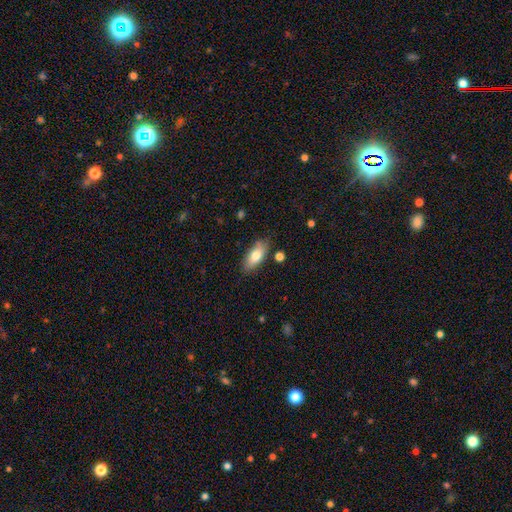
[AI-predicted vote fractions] Smooth or featured: smooth — 76% (featured or disk — 18%)
How rounded: in between — 81% (cigar-shaped — 16%)
Merging: none — 82% (minor disturbance — 13%)